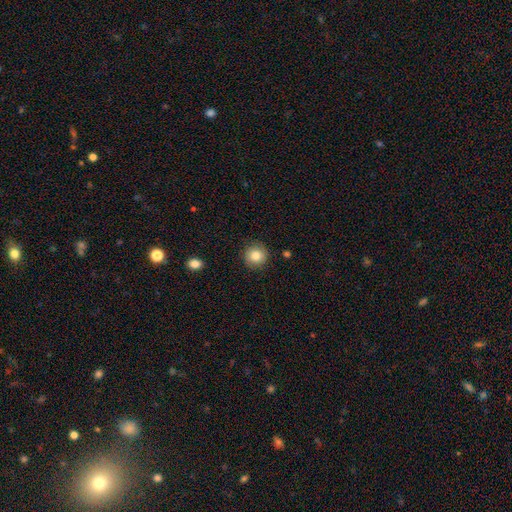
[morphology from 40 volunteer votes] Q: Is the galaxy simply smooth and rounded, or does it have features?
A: smooth — 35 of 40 (88%).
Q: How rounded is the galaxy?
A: round — 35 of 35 (100%).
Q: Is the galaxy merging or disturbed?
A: none — 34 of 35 (97%).